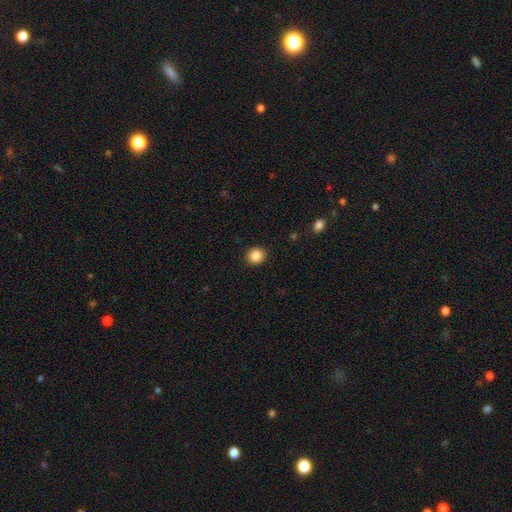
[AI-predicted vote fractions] Smooth or featured: smooth — 86% (star or artifact — 10%)
How rounded: round — 78% (in between — 21%)
Merging: none — 91% (minor disturbance — 6%)